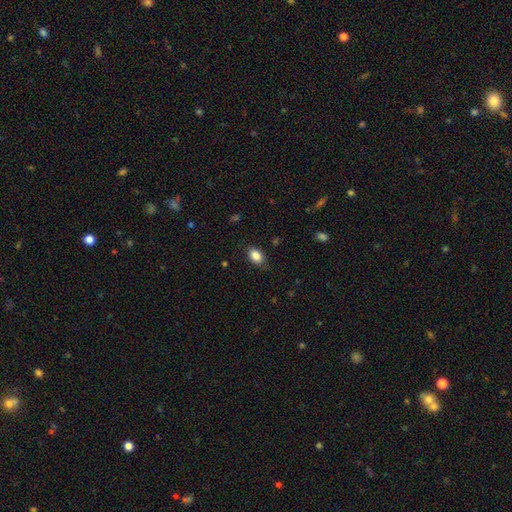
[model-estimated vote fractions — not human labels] This appears to be a smooth galaxy with no disk features (86%) that is in between round and cigar-shaped (85%). Merging: none (82%).